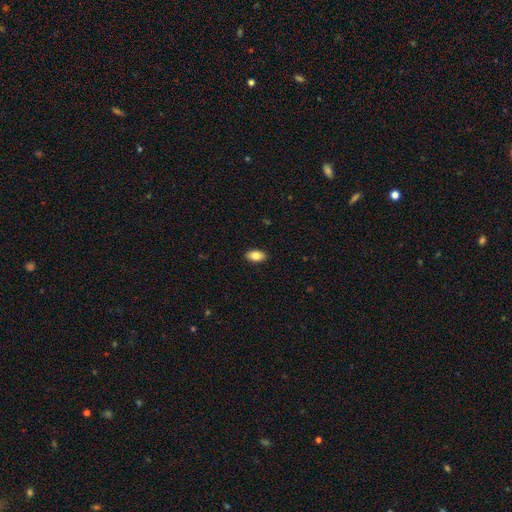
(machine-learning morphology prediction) type=smooth (84%); roundness=in between (92%); merging=none (90%).